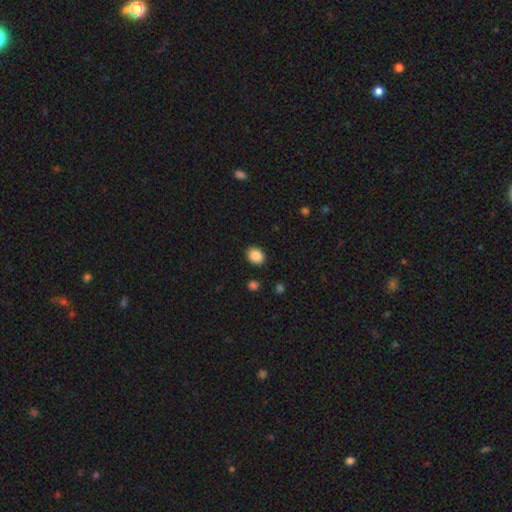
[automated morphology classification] smooth-or-featured: smooth: 87% | star or artifact: 8% | featured or disk: 5%
  how-rounded: in between: 56% | round: 44% | cigar-shaped: 1%
  merging: none: 89% | minor disturbance: 7% | major disturbance: 2% | merger: 2%